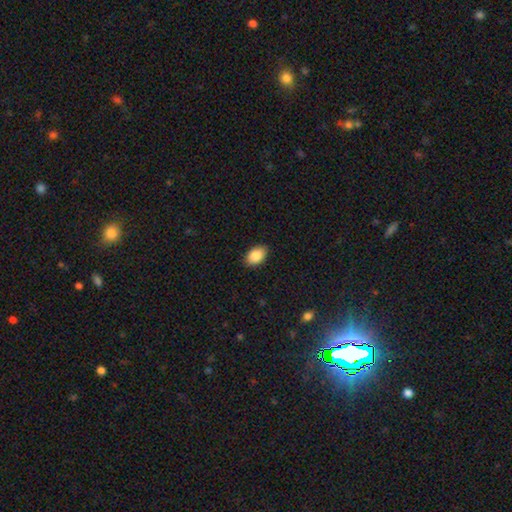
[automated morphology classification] This appears to be a smooth galaxy with no disk features (88%) that is in between round and cigar-shaped (90%). Merging: none (87%).